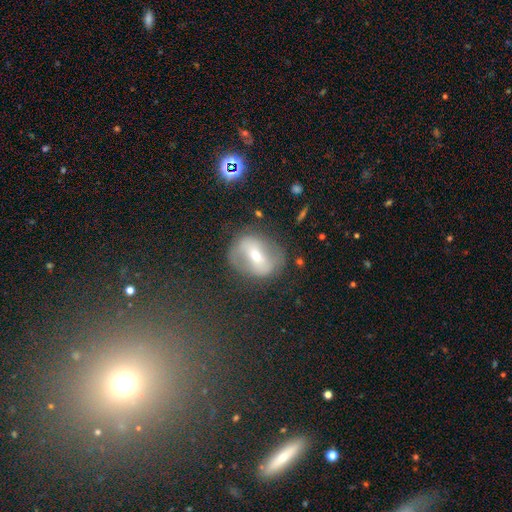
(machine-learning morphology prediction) This is likely a featured or disk galaxy (62%). It is clearly not viewed edge-on (92%). Bar: possibly strong (50%). Spiral arm pattern: possibly yes (57%). Central bulge: possibly moderate (48%). Merging: likely none (69%).